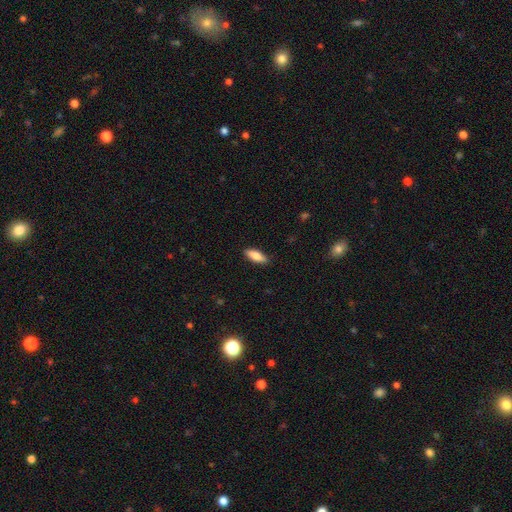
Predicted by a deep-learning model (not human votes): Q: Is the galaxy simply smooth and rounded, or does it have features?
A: smooth — 81%.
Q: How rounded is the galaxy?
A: in between — 64%.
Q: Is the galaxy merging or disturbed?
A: none — 86%.